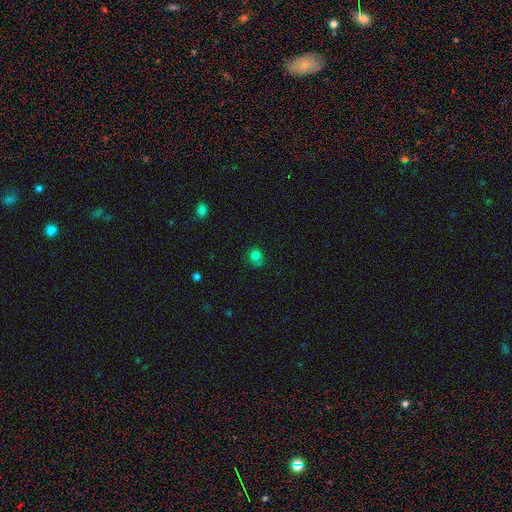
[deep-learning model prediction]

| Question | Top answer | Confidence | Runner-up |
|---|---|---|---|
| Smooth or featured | smooth | 78% | star or artifact (16%) |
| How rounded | round | 84% | in between (15%) |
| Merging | none | 60% | minor disturbance (21%) |